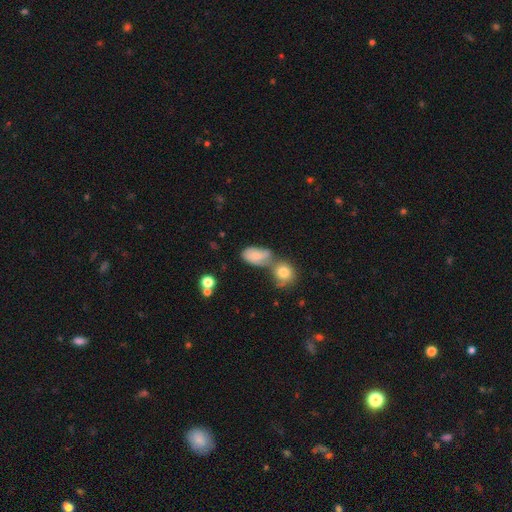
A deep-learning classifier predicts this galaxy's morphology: This is possibly a smooth galaxy (55%). How rounded: clearly in between (85%). Merging: marginally merger (40%).